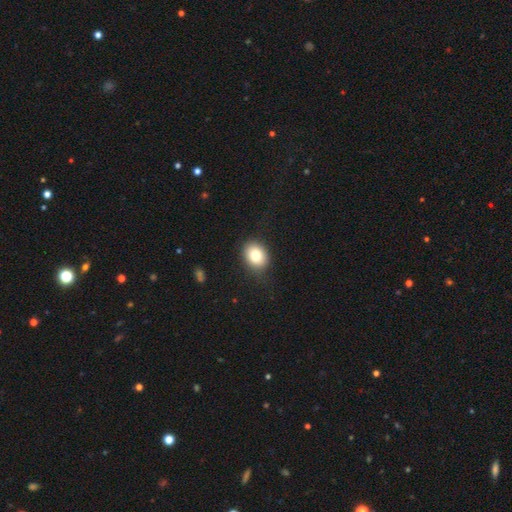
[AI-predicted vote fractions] Overall: smooth (81%). How rounded: in between (56%; round 43%). Merging: none (85%).